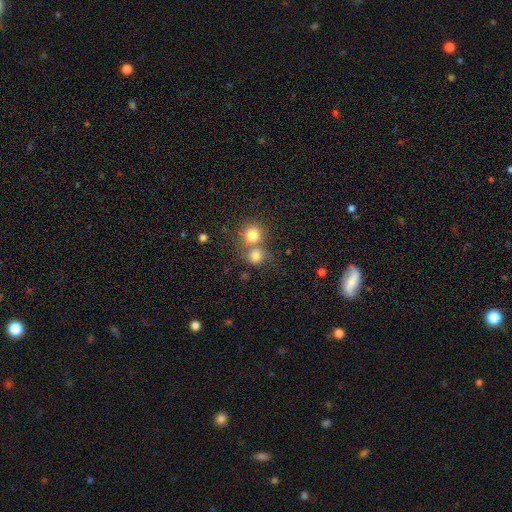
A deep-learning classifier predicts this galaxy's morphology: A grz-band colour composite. It shows a smooth galaxy with no disk features (78%) that is round (84%). Merging: merger (47%).